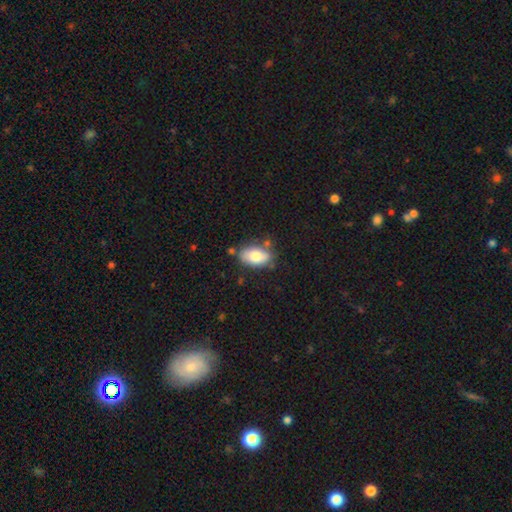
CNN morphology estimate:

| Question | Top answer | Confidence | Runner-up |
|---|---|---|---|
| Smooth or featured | smooth | 76% | featured or disk (17%) |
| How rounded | in between | 91% | round (7%) |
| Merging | none | 69% | minor disturbance (19%) |